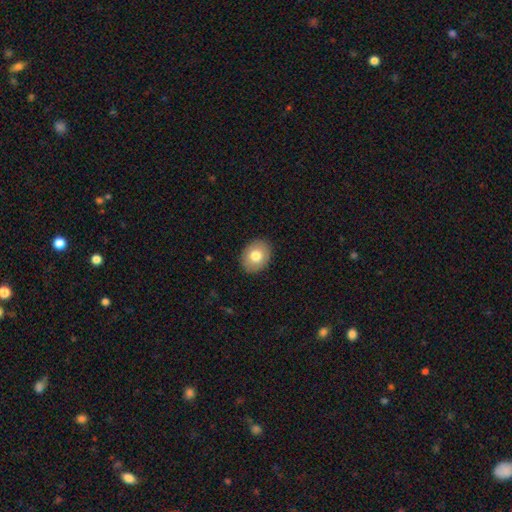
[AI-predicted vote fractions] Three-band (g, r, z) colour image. It shows a smooth galaxy with no disk features (77%) that is in between round and cigar-shaped (57%). Merging: none (90%).